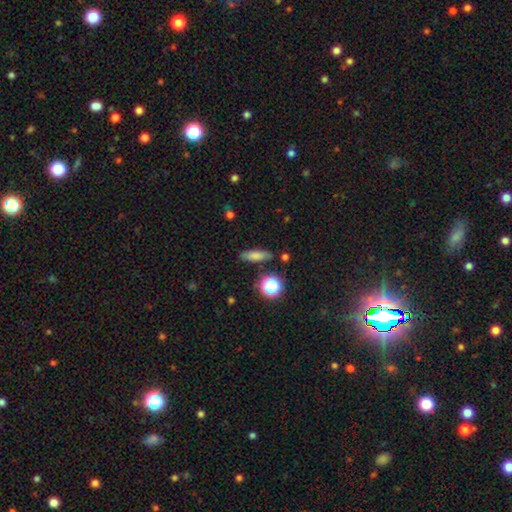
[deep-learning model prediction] The model was most divided on "how rounded": cigar-shaped: 49%, in between: 42%, round: 9%. More confident: merging — none (84%); smooth or featured — smooth (75%).